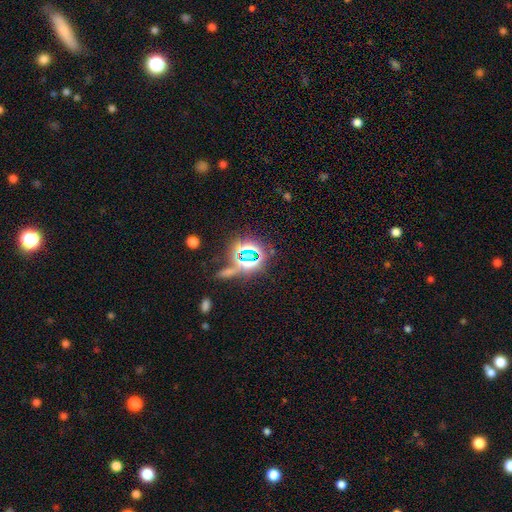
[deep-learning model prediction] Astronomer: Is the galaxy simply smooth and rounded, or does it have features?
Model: star or artifact — 72%.